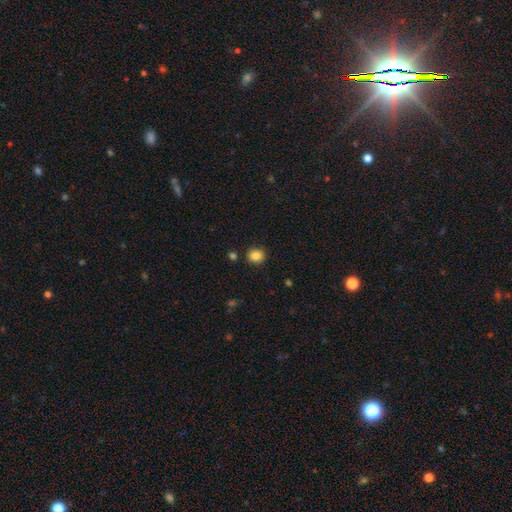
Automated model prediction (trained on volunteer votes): A smooth galaxy with no disk features (85%) that is round (83%). Merging: none (88%).